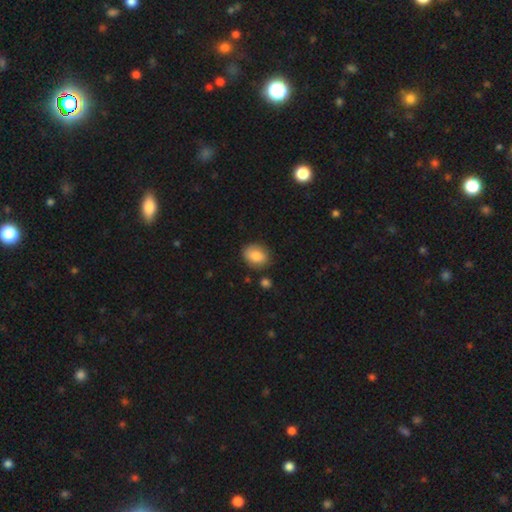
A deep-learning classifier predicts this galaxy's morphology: This is clearly a smooth galaxy (85%). How rounded: likely in between (68%). Merging: clearly none (81%).